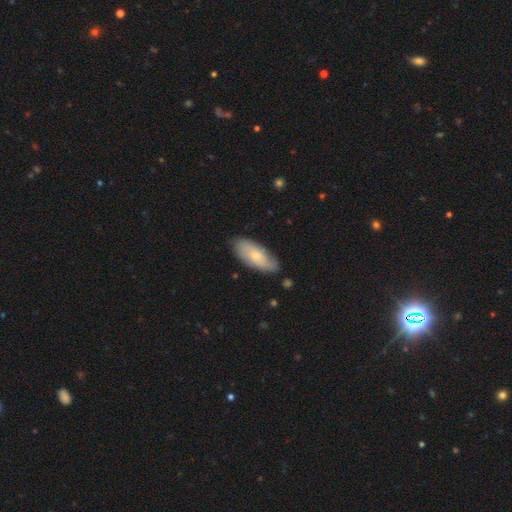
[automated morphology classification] The model was most divided on "smooth or featured": smooth: 60%, featured or disk: 34%, star or artifact: 6%. More confident: how rounded — in between (83%); merging — none (76%).